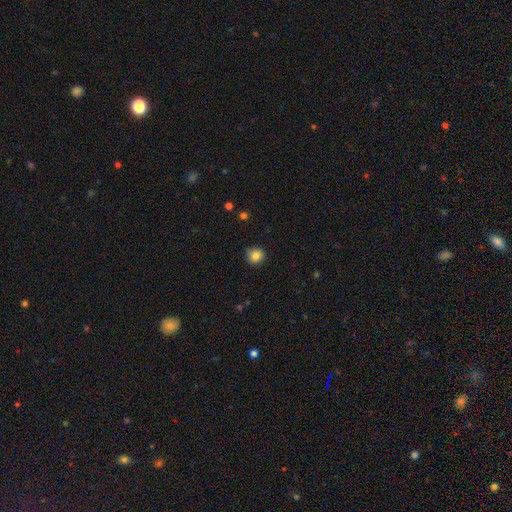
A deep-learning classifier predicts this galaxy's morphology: A smooth galaxy with no disk features (83%) that is round (88%). Merging: none (81%).